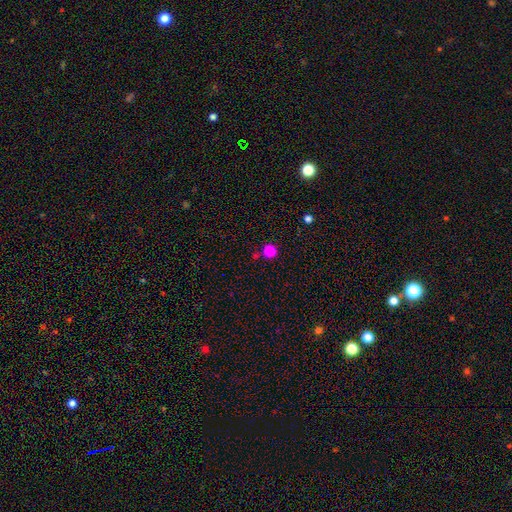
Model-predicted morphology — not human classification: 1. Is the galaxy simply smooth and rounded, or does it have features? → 81% smooth, 15% star or artifact, 4% featured or disk.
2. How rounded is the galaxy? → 94% round, 5% in between, 1% cigar-shaped.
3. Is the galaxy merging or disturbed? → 84% none, 7% merger, 7% minor disturbance, 2% major disturbance.